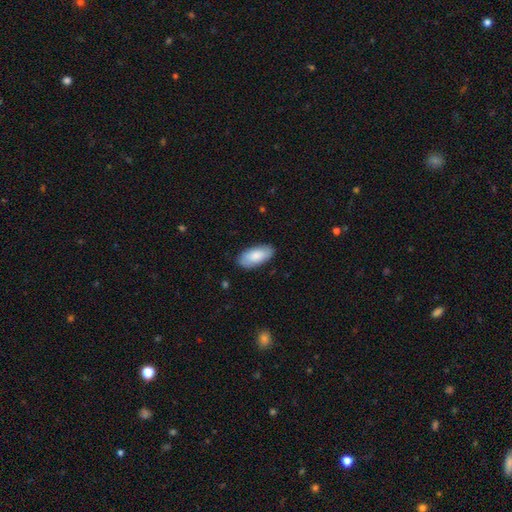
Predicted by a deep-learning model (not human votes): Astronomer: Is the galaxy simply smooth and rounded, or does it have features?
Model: smooth — 82%.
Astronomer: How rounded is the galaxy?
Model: in between — 92%.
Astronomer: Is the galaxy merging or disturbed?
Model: none — 84%.